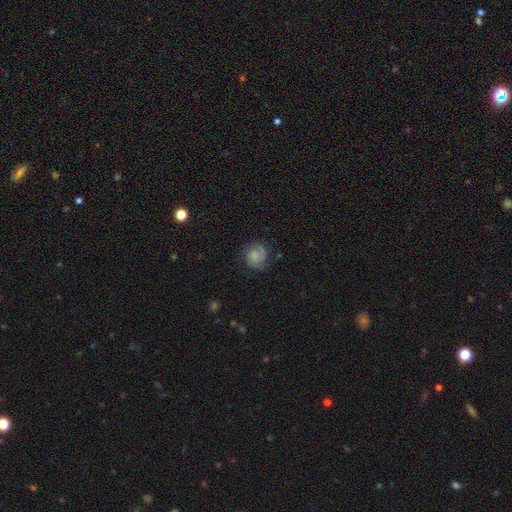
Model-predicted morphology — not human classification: Q: Smooth or featured?
A: smooth (55%); runner-up: featured or disk (35%)
Q: How rounded?
A: round (78%); runner-up: in between (21%)
Q: Merging?
A: none (65%); runner-up: minor disturbance (21%)